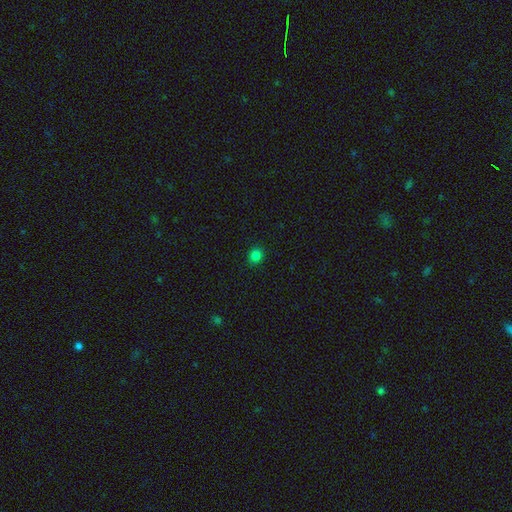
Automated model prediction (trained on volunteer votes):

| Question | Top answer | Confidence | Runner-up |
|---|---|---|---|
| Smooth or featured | smooth | 81% | star or artifact (15%) |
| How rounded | round | 81% | in between (18%) |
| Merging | none | 91% | minor disturbance (7%) |